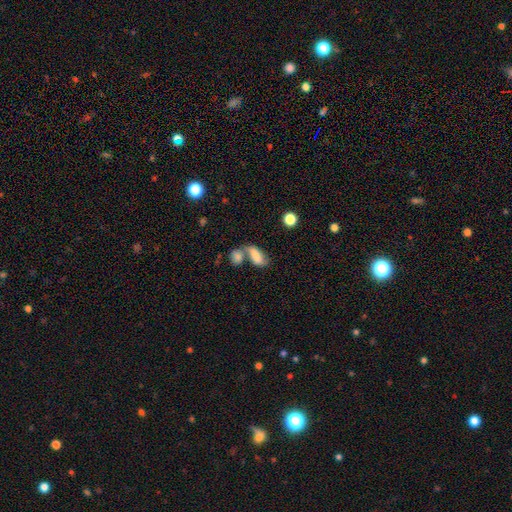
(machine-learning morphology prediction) Smooth or featured? smooth (72%)
How rounded? in between (84%)
Merging? merger (58%)